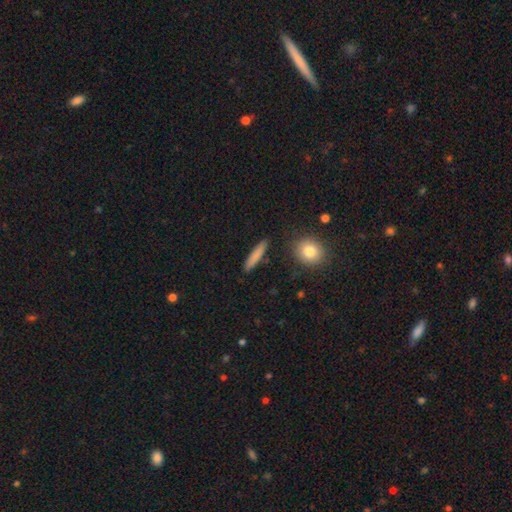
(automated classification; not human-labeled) This is clearly a smooth galaxy (81%). How rounded: clearly cigar-shaped (86%). Merging: clearly none (89%).